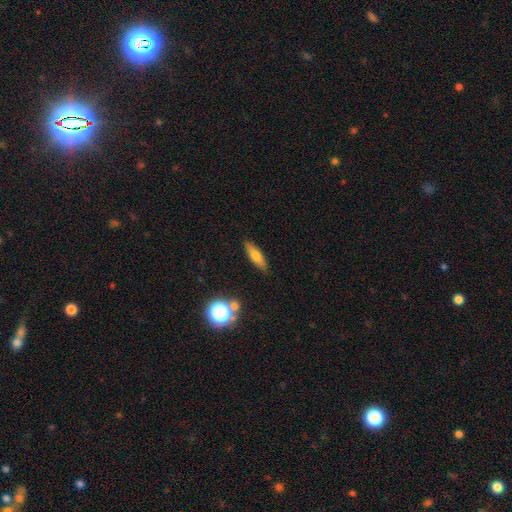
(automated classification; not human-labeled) smooth_or_featured: smooth (p=0.61) [alt: featured or disk p=0.29]
how_rounded: cigar-shaped (p=0.58) [alt: in between p=0.38]
merging: none (p=0.86) [alt: minor disturbance p=0.09]